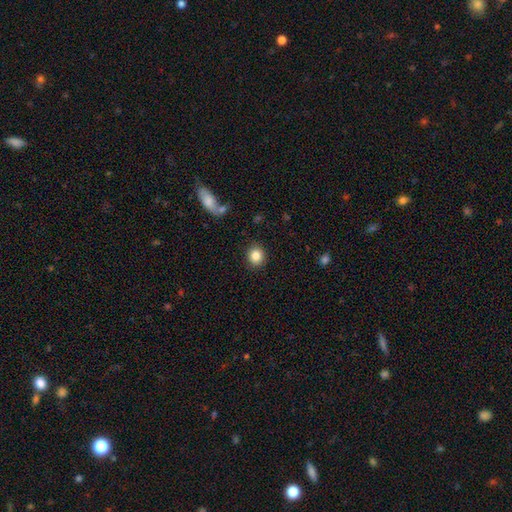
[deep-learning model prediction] This is clearly a smooth galaxy (85%). How rounded: clearly round (81%). Merging: clearly none (90%).